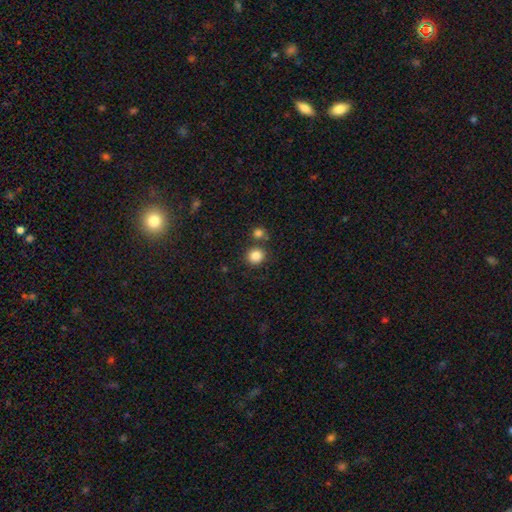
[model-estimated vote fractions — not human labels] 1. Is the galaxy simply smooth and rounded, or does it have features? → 85% smooth, 11% star or artifact, 4% featured or disk.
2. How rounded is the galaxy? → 85% round, 14% in between, 1% cigar-shaped.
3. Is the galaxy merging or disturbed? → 77% none, 12% merger, 8% minor disturbance, 3% major disturbance.